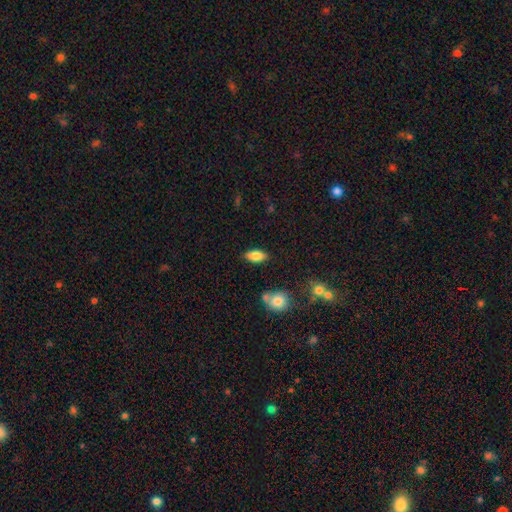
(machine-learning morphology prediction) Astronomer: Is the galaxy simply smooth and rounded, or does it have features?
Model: smooth — 82%.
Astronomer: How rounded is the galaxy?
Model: in between — 89%.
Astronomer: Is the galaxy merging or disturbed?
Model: none — 83%.